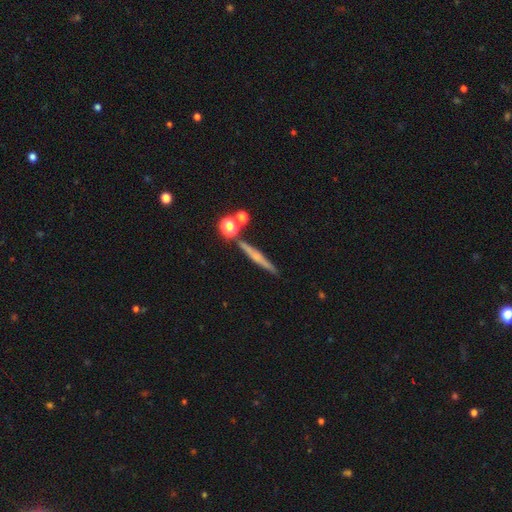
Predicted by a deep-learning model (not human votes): Q: Smooth or featured?
A: featured or disk (55%); runner-up: smooth (34%)
Q: Edge-on disk?
A: yes (95%); runner-up: no (5%)
Q: Edge-on bulge?
A: rounded (58%); runner-up: none (32%)
Q: Merging?
A: none (83%); runner-up: minor disturbance (8%)